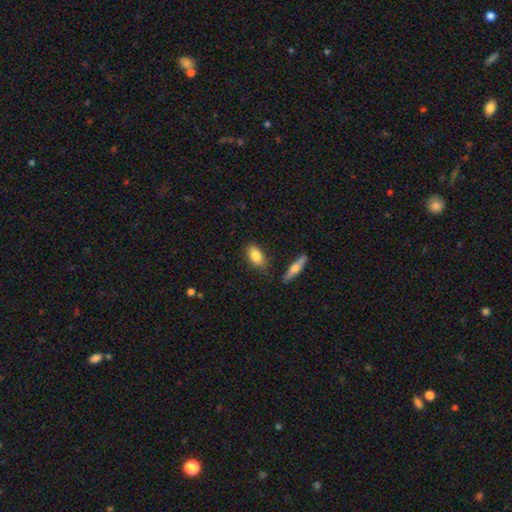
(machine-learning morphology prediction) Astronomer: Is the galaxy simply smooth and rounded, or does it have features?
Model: smooth — 81%.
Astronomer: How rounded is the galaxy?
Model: in between — 86%.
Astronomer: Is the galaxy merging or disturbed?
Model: none — 76%.